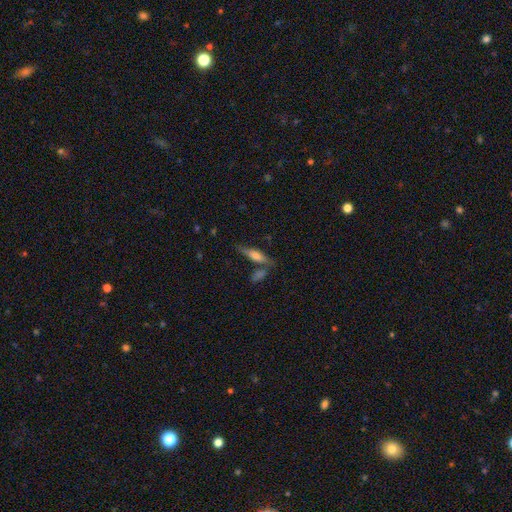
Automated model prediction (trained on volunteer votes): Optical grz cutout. It shows a smooth galaxy with no disk features (54%) that is cigar-shaped (63%). Merging: none (62%).